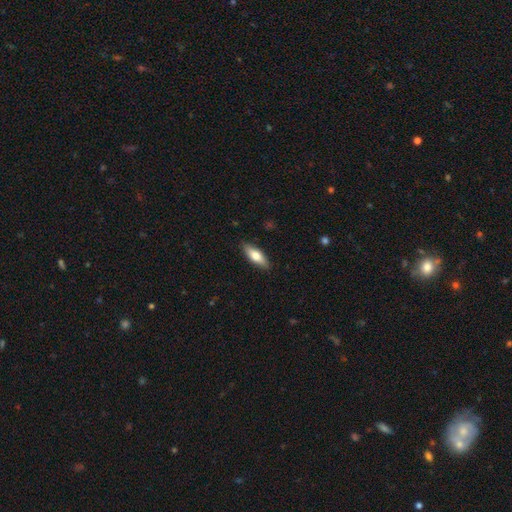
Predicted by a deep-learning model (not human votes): Smooth or featured: smooth — 70% (featured or disk — 25%)
How rounded: in between — 59% (cigar-shaped — 39%)
Merging: none — 88% (minor disturbance — 9%)